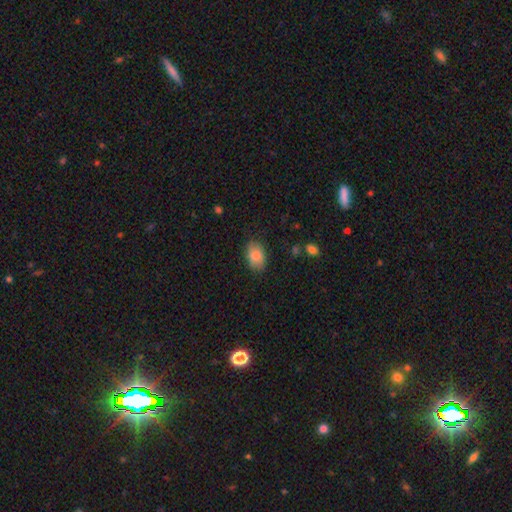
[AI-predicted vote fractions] smooth_or_featured: smooth (p=0.87) [alt: star or artifact p=0.07]
how_rounded: in between (p=0.85) [alt: round p=0.14]
merging: none (p=0.80) [alt: minor disturbance p=0.15]